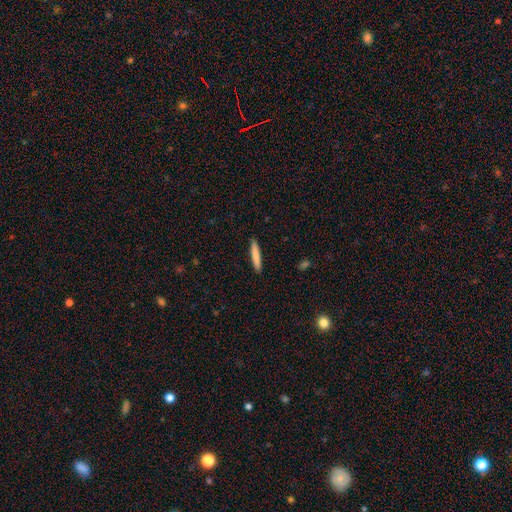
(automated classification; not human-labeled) Q: Smooth or featured?
A: smooth (80%); runner-up: featured or disk (14%)
Q: How rounded?
A: cigar-shaped (94%); runner-up: in between (5%)
Q: Merging?
A: none (91%); runner-up: minor disturbance (6%)